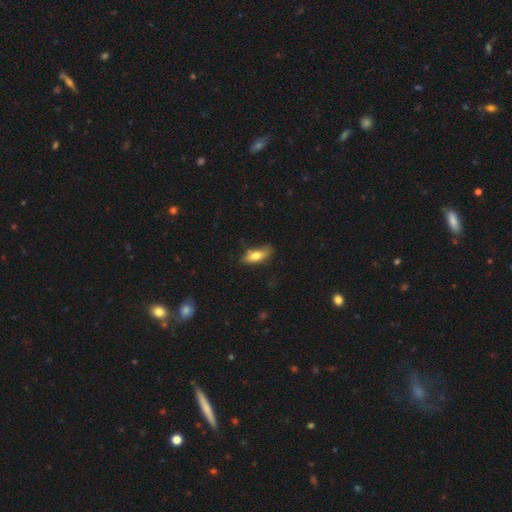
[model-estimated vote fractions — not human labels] smooth_or_featured: smooth (p=0.71) [alt: featured or disk p=0.22]
how_rounded: in between (p=0.69) [alt: cigar-shaped p=0.28]
merging: none (p=0.68) [alt: minor disturbance p=0.24]